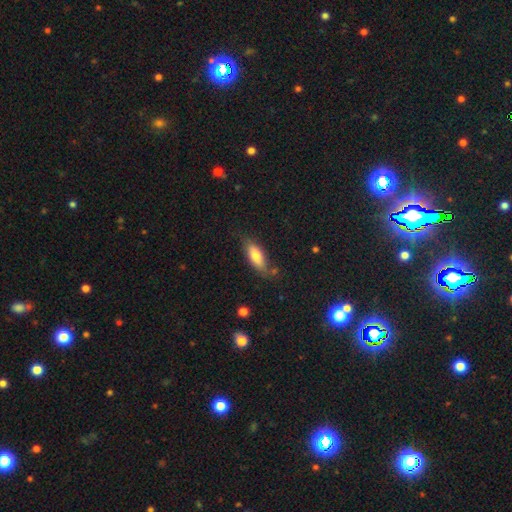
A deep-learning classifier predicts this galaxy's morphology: smooth 74%, featured or disk 19%, star or artifact 7%. Down the decision tree: how rounded — in between (70%); merging — none (72%).